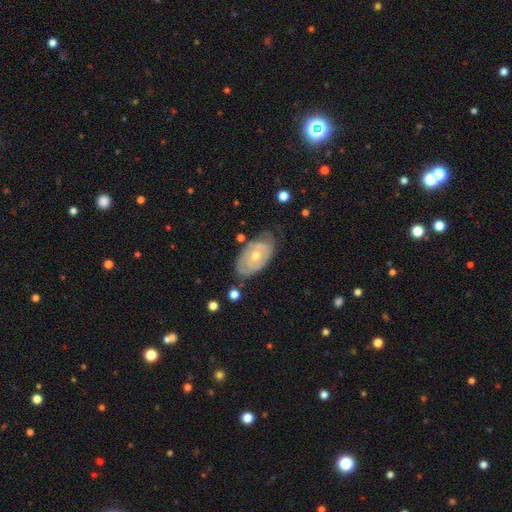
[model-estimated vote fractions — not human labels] Q: Smooth or featured?
A: featured or disk (71%); runner-up: smooth (23%)
Q: Edge-on disk?
A: no (93%); runner-up: yes (7%)
Q: Bar?
A: no (81%); runner-up: weak (16%)
Q: Spiral arms?
A: yes (72%); runner-up: no (28%)
Q: Bulge size?
A: moderate (53%); runner-up: small (44%)
Q: Merging?
A: none (61%); runner-up: minor disturbance (26%)